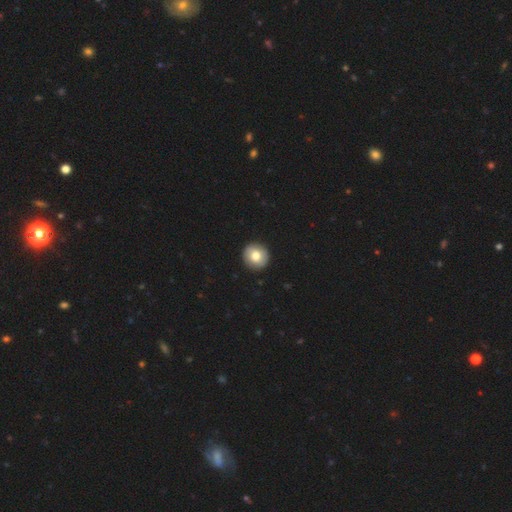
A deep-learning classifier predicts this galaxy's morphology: smooth-or-featured: smooth: 76% | featured or disk: 16% | star or artifact: 7%
  how-rounded: round: 93% | in between: 6% | cigar-shaped: 1%
  merging: none: 92% | minor disturbance: 5% | major disturbance: 1% | merger: 1%